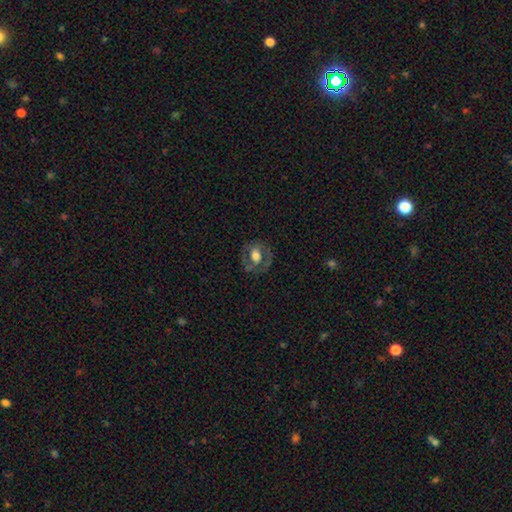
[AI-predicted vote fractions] A featured or disk galaxy (54%) with no bar (63%), no spiral arms (62%) and a moderate central bulge (49%). Merging: none (71%).